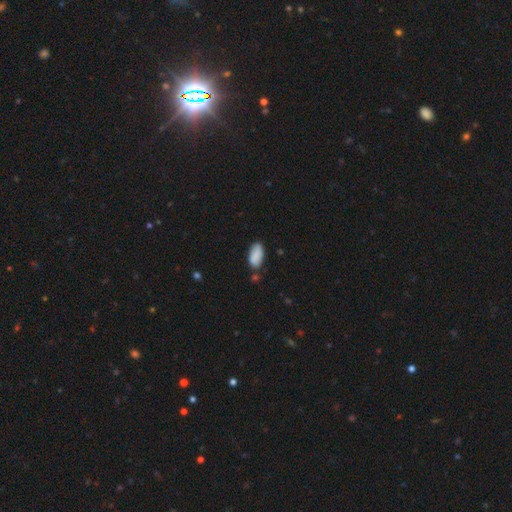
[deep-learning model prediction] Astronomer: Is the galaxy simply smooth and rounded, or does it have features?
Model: smooth — 87%.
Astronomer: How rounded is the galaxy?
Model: in between — 93%.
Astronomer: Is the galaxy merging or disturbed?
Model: none — 72%.